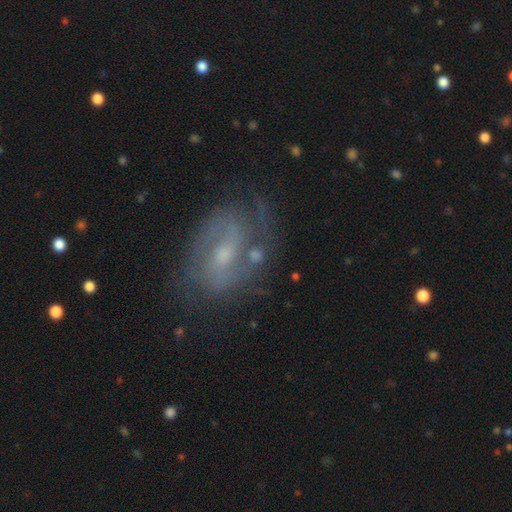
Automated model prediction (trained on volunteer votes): A featured or disk galaxy (71%) with a weak bar (47%), 2 (66%) medium (46%) spiral arms (83%) and a small central bulge (49%).

Vote fractions:
- Smooth or featured? featured or disk: 71% / smooth: 19% / star or artifact: 10%
- Edge-on disk? no: 96% / yes: 4%
- Bar? weak: 47% / no: 39% / strong: 14%
- Spiral arms? yes: 83% / no: 17%
- Spiral winding? medium: 46% / tight: 32% / loose: 21%
- Spiral arm count? 2: 66% / can't tell: 18% / 3: 6% / 1: 4% / 4: 3% / more than 4: 3%
- Bulge size? small: 49% / moderate: 39% / none: 7% / large: 4% / dominant: 2%
- Merging? none: 59% / minor disturbance: 22% / major disturbance: 13% / merger: 6%